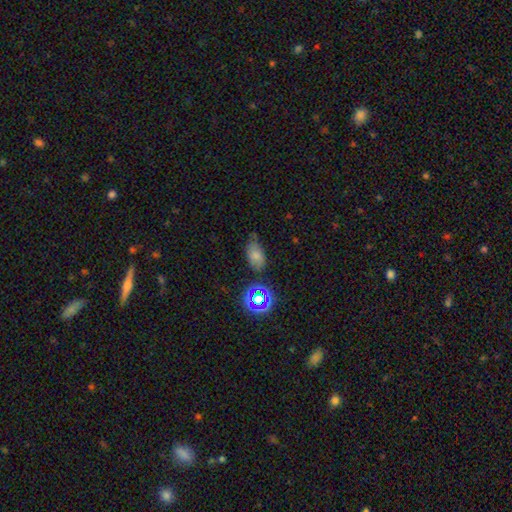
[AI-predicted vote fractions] Overall: smooth (69%). How rounded: in between (86%). Merging: none (57%; minor disturbance 30%).